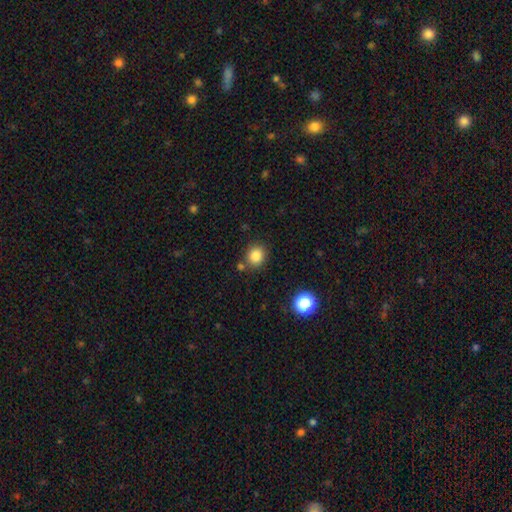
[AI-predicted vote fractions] This appears to be a smooth galaxy with no disk features (84%) that is round (79%). Merging: none (79%).